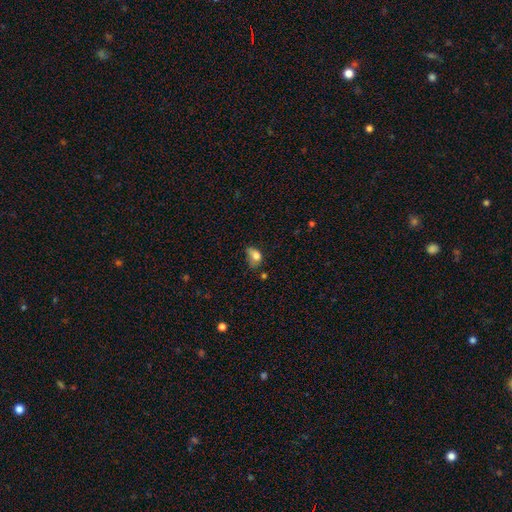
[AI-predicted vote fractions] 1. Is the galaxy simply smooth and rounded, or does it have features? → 76% smooth, 13% featured or disk, 11% star or artifact.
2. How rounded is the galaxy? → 69% in between, 29% round, 2% cigar-shaped.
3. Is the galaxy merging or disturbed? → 38% minor disturbance, 31% none, 24% major disturbance, 7% merger.